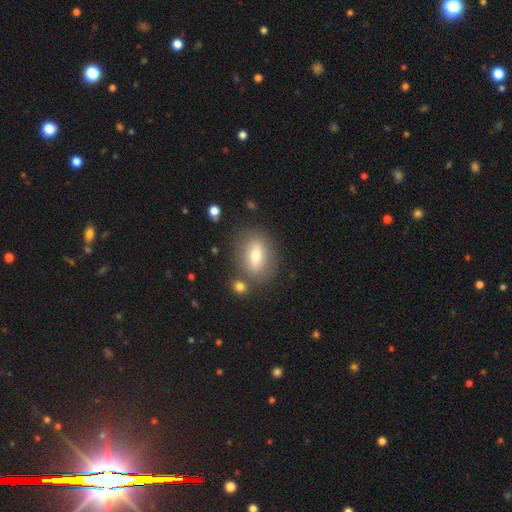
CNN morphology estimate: A smooth galaxy with no disk features (67%) that is in between round and cigar-shaped (77%). Merging: none (79%).